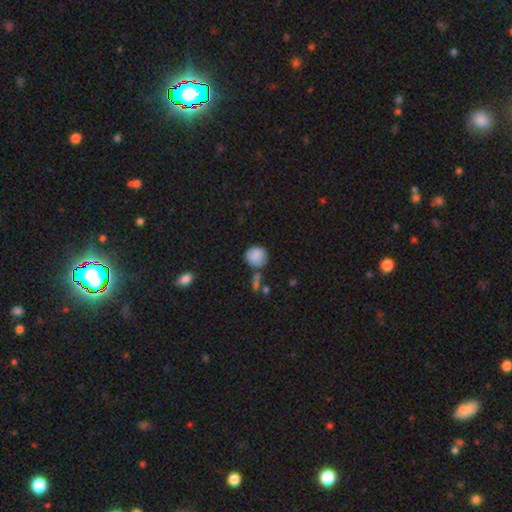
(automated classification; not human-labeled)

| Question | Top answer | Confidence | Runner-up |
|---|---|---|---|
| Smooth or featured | smooth | 86% | star or artifact (9%) |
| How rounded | round | 87% | in between (12%) |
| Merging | none | 63% | minor disturbance (20%) |